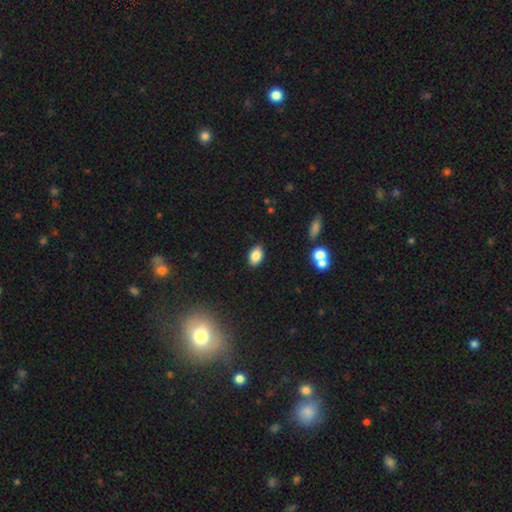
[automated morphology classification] Smooth or featured?
  - smooth: 85% *
  - star or artifact: 9%
  - featured or disk: 6%
How rounded?
  - in between: 88% *
  - round: 10%
  - cigar-shaped: 2%
Merging?
  - none: 86% *
  - minor disturbance: 10%
  - major disturbance: 2%
  - merger: 2%